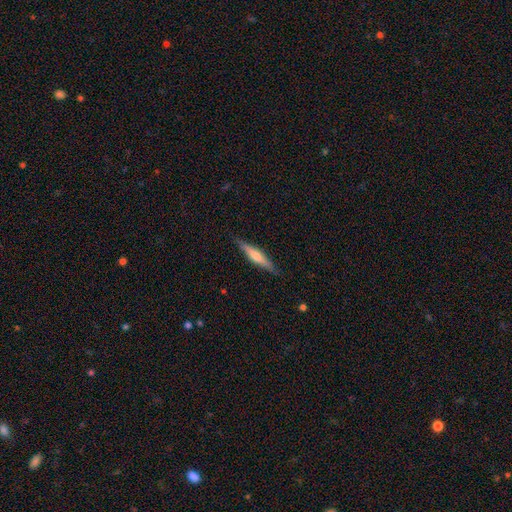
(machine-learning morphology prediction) Q: Smooth or featured?
A: featured or disk (59%); runner-up: smooth (35%)
Q: Edge-on disk?
A: yes (97%); runner-up: no (3%)
Q: Edge-on bulge?
A: rounded (72%); runner-up: boxy (15%)
Q: Merging?
A: none (89%); runner-up: minor disturbance (9%)